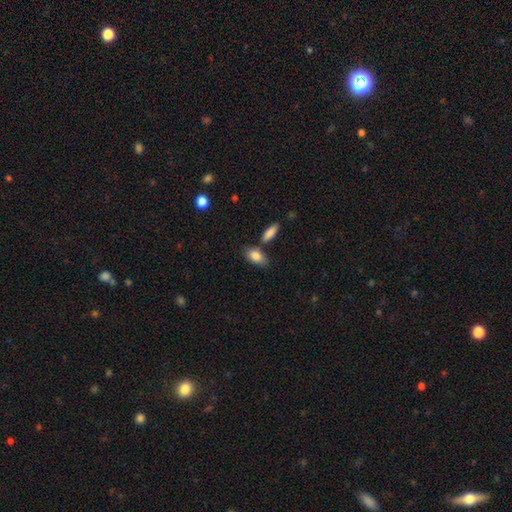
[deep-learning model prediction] Q: Smooth or featured?
A: smooth (85%); runner-up: featured or disk (8%)
Q: How rounded?
A: in between (90%); runner-up: cigar-shaped (5%)
Q: Merging?
A: none (67%); runner-up: merger (16%)